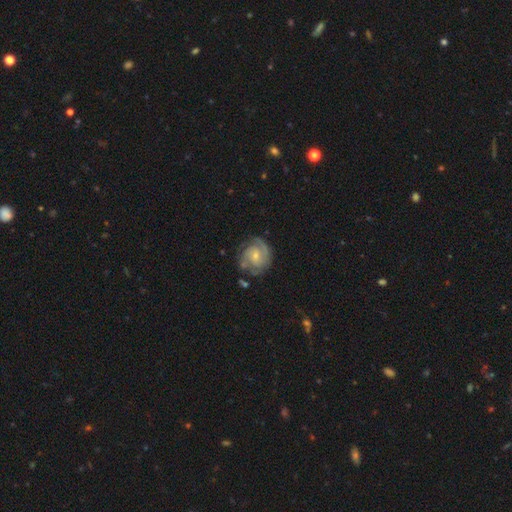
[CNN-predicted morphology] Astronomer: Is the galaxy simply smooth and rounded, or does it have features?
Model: featured or disk — 77%.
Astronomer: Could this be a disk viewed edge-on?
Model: no — 98%.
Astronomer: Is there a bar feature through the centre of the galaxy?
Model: no — 57% (runner-up: weak, 37%).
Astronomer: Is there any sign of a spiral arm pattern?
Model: yes — 93%.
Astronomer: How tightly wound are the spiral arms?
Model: tight — 50% (runner-up: medium, 38%).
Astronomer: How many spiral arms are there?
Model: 2 — 53%.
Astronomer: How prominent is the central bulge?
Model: small — 60%.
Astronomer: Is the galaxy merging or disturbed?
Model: none — 66%.